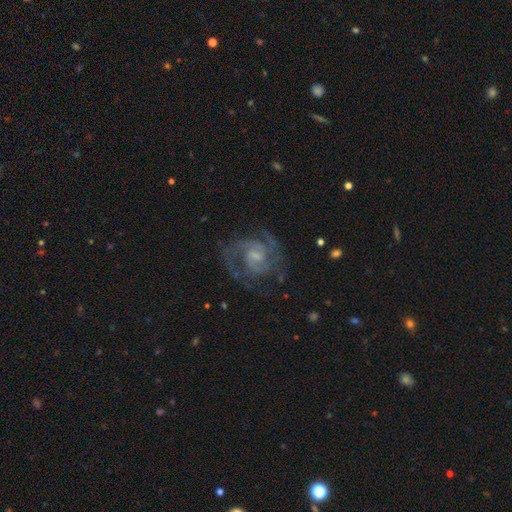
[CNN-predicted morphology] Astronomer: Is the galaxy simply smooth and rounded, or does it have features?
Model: featured or disk — 88%.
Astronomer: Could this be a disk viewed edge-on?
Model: no — 98%.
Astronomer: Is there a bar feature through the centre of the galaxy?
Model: weak — 56% (runner-up: no, 33%).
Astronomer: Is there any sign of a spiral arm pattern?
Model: yes — 97%.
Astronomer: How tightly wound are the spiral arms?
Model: medium — 49% (runner-up: tight, 40%).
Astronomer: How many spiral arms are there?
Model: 2 — 59%.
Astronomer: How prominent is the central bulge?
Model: small — 52% (runner-up: moderate, 30%).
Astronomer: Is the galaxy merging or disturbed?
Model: none — 69%.